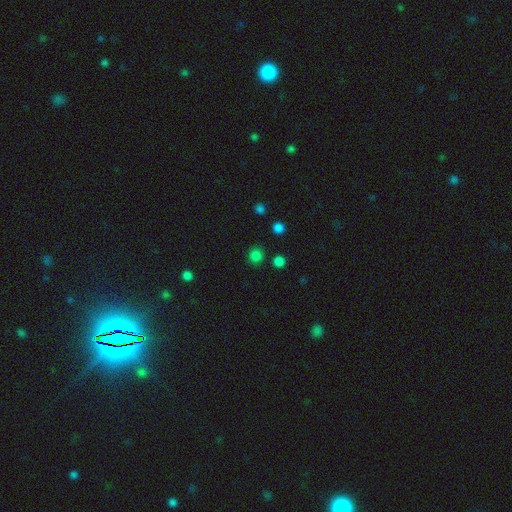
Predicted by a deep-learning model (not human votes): Overall: smooth (79%). How rounded: round (90%). Merging: none (85%).